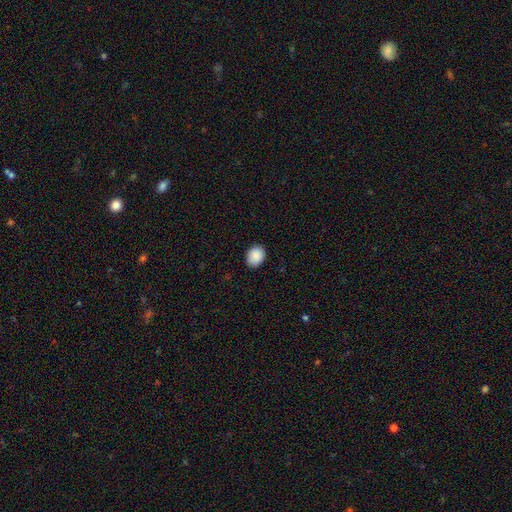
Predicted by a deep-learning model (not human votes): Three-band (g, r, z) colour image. It shows a smooth galaxy with no disk features (90%) that is in between round and cigar-shaped (54%). Merging: none (88%).